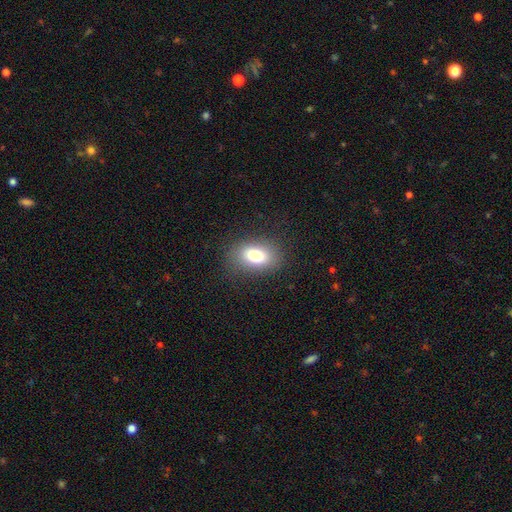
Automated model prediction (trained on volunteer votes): Smooth or featured? smooth (80%)
How rounded? in between (84%)
Merging? none (82%)